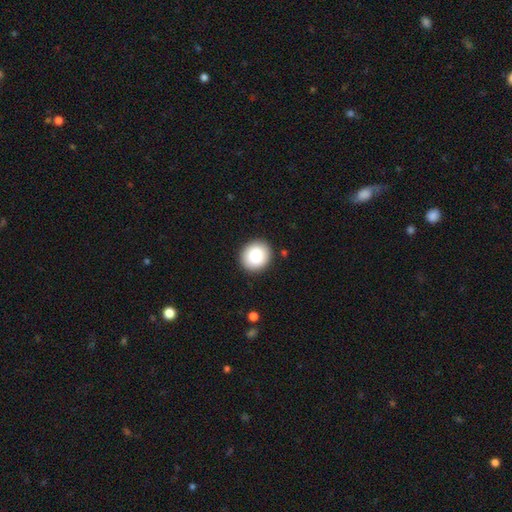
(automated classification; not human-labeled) A smooth galaxy with no disk features (87%) that is round (80%). Merging: none (90%).